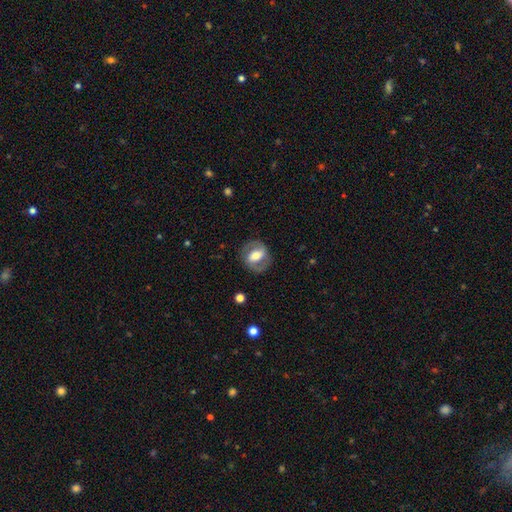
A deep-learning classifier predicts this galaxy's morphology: A featured or disk galaxy (63%) with a strong bar (43%), spiral arms (68%) and a moderate central bulge (57%).

Vote fractions:
- Smooth or featured? featured or disk: 63% / smooth: 31% / star or artifact: 7%
- Edge-on disk? no: 95% / yes: 5%
- Bar? strong: 43% / weak: 36% / no: 21%
- Spiral arms? yes: 68% / no: 32%
- Bulge size? moderate: 57% / large: 24% / small: 14% / dominant: 3% / none: 2%
- Merging? none: 80% / minor disturbance: 12% / major disturbance: 7% / merger: 1%